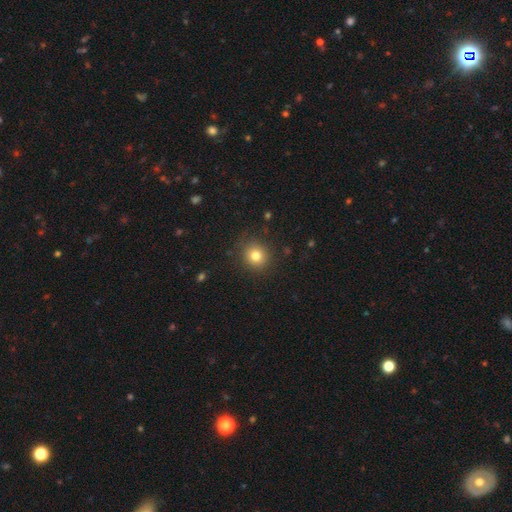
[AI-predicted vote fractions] smooth_or_featured: smooth (p=0.80) [alt: star or artifact p=0.13]
how_rounded: round (p=0.90) [alt: in between p=0.09]
merging: none (p=0.88) [alt: minor disturbance p=0.08]